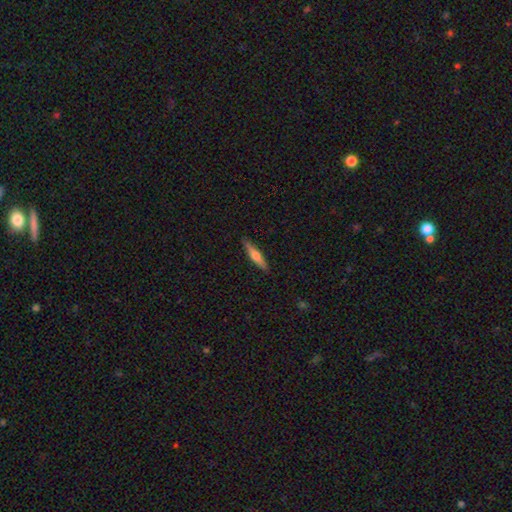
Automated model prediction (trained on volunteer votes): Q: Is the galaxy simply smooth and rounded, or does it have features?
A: featured or disk — 49%.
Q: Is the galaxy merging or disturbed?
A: none — 90%.